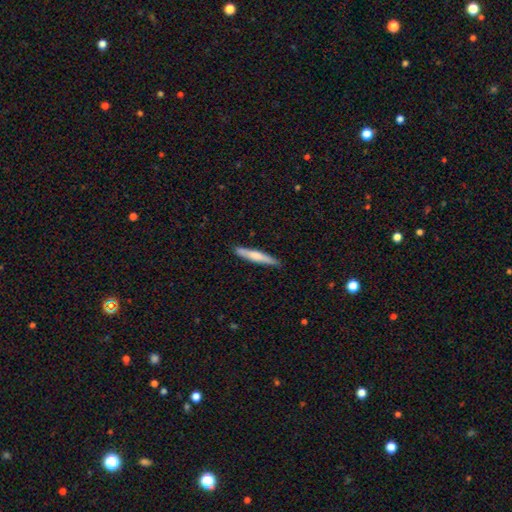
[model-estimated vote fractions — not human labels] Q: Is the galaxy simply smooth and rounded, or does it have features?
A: smooth — 63%.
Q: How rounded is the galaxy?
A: cigar-shaped — 94%.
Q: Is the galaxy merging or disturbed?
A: none — 88%.